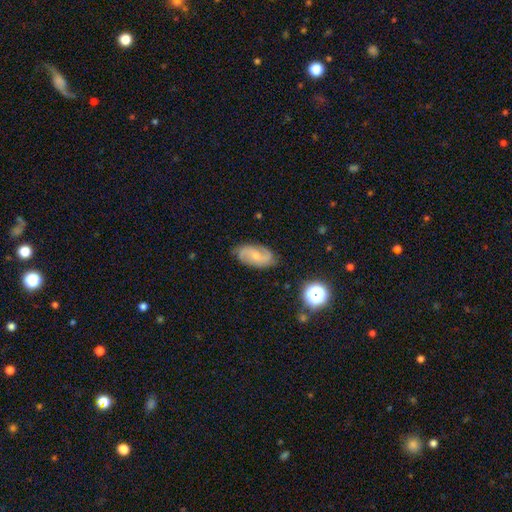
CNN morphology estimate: A featured or disk galaxy (66%) with no bar (53%), 2 (77%) medium (45%) spiral arms (92%) and a small central bulge (59%).

Vote fractions:
- Smooth or featured? featured or disk: 66% / smooth: 25% / star or artifact: 9%
- Edge-on disk? no: 95% / yes: 5%
- Bar? no: 53% / weak: 39% / strong: 8%
- Spiral arms? yes: 92% / no: 8%
- Spiral winding? medium: 45% / loose: 29% / tight: 26%
- Spiral arm count? 2: 77% / can't tell: 12% / 3: 5% / 1: 2% / 4: 2% / more than 4: 2%
- Bulge size? small: 59% / moderate: 33% / none: 6% / large: 2% / dominant: 1%
- Merging? none: 79% / minor disturbance: 16% / major disturbance: 4% / merger: 1%